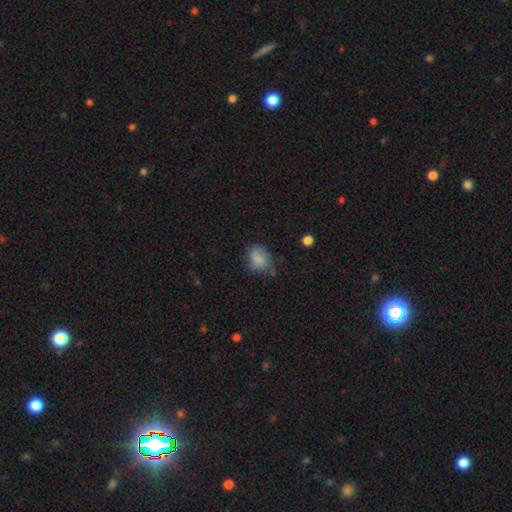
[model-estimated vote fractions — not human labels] Q: Smooth or featured?
A: smooth (74%); runner-up: featured or disk (13%)
Q: How rounded?
A: in between (59%); runner-up: round (40%)
Q: Merging?
A: none (57%); runner-up: minor disturbance (29%)